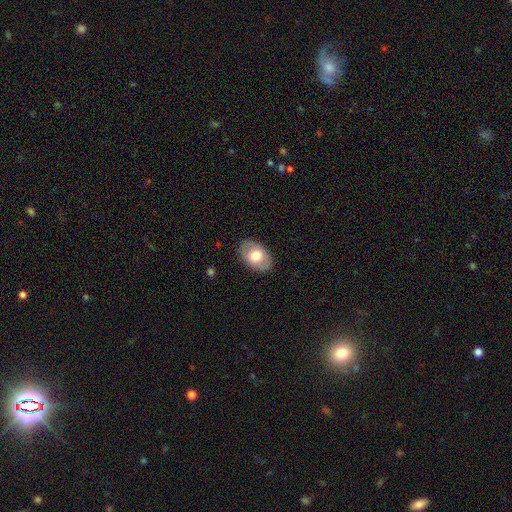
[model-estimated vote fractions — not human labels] A smooth galaxy with no disk features (67%) that is in between round and cigar-shaped (88%). Merging: none (86%).